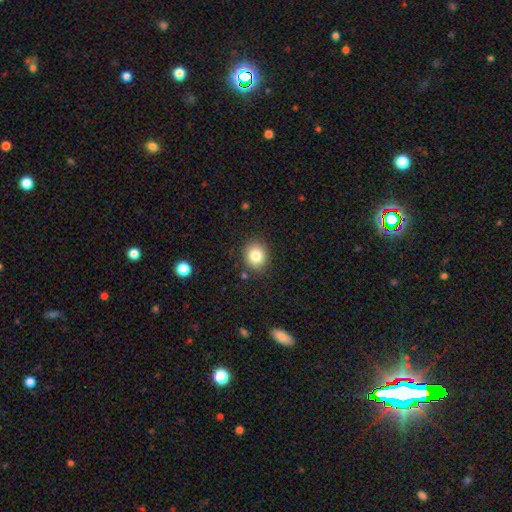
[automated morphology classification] Smooth or featured? smooth (82%)
How rounded? round (71%)
Merging? none (87%)